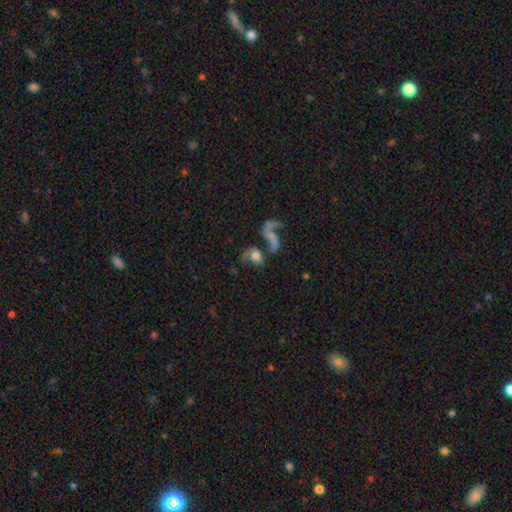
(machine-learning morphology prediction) Smooth or featured? Predicted: featured or disk (p=0.48). Merging? Predicted: merger (p=0.42).